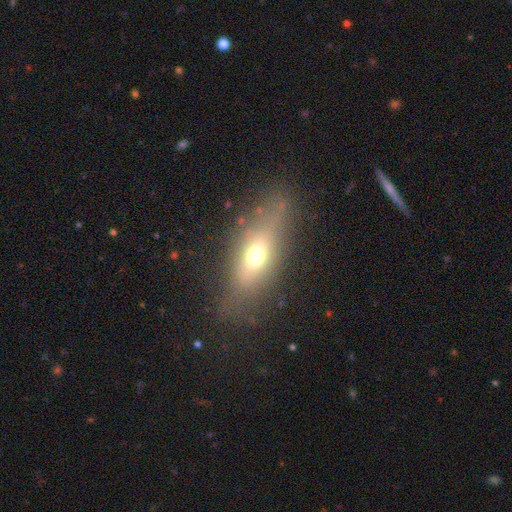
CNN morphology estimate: smooth_or_featured: smooth (p=0.56) [alt: featured or disk p=0.32]
how_rounded: in between (p=0.62) [alt: cigar-shaped p=0.31]
merging: none (p=0.66) [alt: minor disturbance p=0.20]